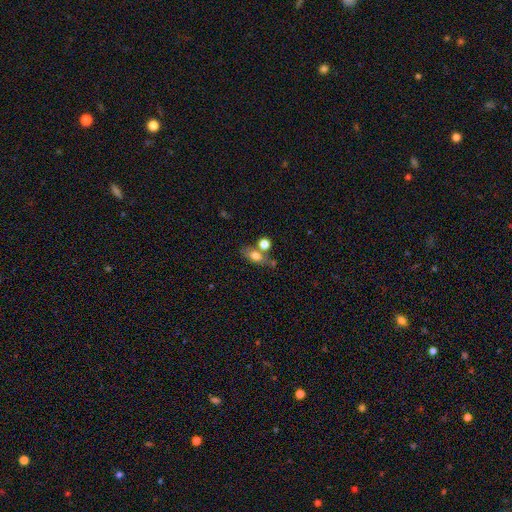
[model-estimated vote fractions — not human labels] Morphology: type=smooth (72%); roundness=in between (74%); merging=none (55%).